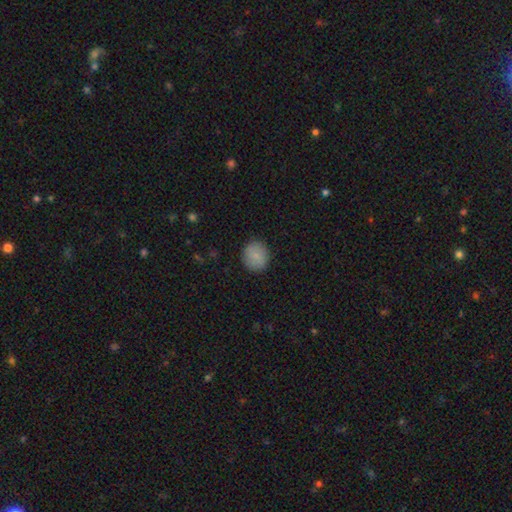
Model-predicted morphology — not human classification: Smooth or featured: smooth — 87% (star or artifact — 8%)
How rounded: round — 87% (in between — 12%)
Merging: none — 90% (minor disturbance — 7%)